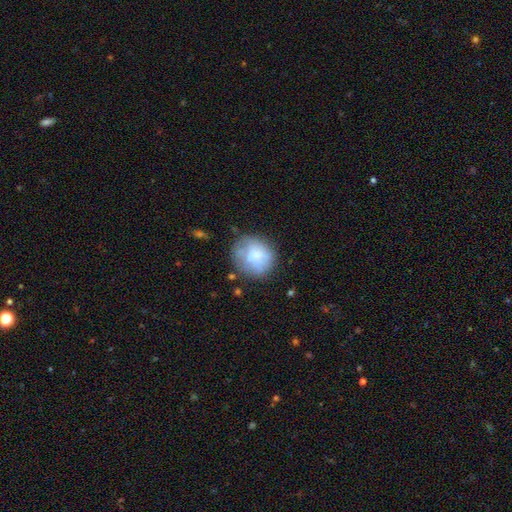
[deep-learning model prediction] This is likely a smooth galaxy (65%). How rounded: likely round (79%). Merging: possibly none (59%).